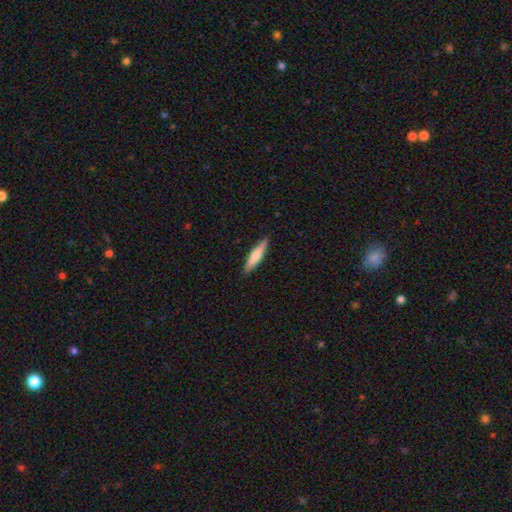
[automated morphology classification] Smooth or featured? Predicted: smooth (p=0.64). How rounded? Predicted: cigar-shaped (p=0.83). Merging? Predicted: none (p=0.90).